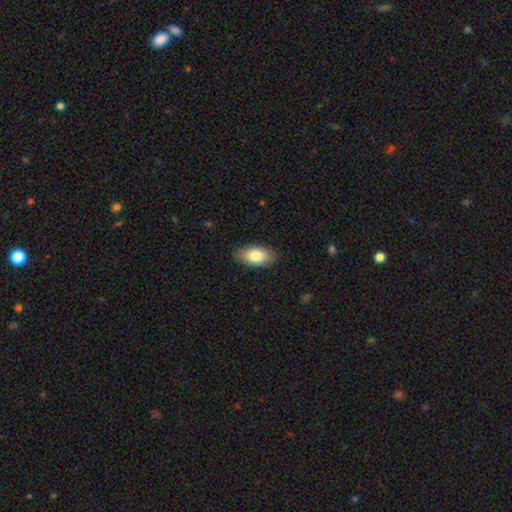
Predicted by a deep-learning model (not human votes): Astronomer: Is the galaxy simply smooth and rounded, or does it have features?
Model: smooth — 82%.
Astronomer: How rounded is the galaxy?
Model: in between — 94%.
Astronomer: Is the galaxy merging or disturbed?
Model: none — 87%.